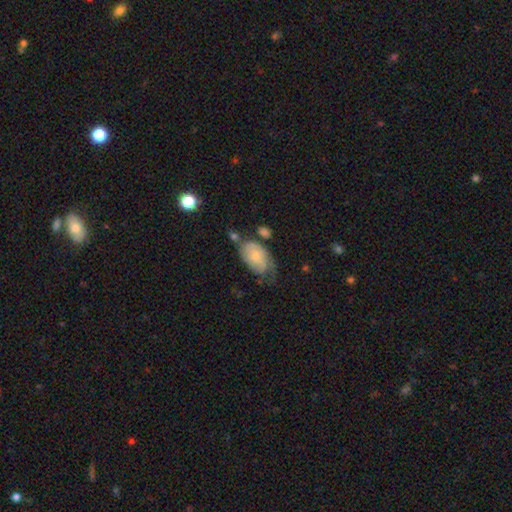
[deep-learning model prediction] Smooth or featured? smooth (52%)
How rounded? in between (90%)
Merging? none (36%)